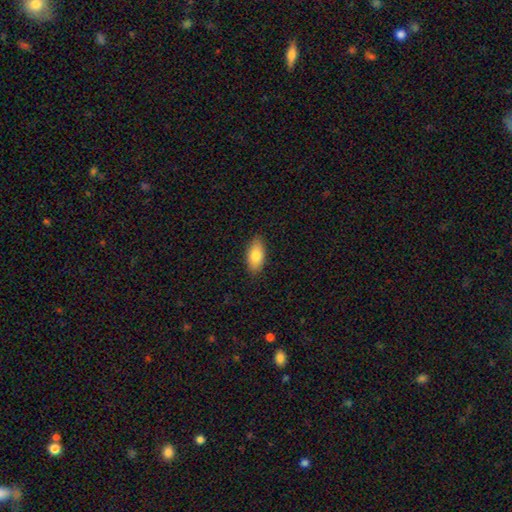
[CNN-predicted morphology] Overall: smooth (81%). How rounded: in between (91%). Merging: none (87%).